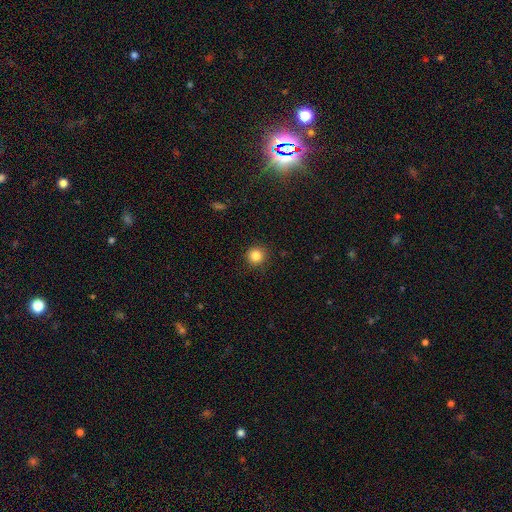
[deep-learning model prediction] smooth 85%, star or artifact 11%, featured or disk 4%. Down the decision tree: how rounded — round (94%); merging — none (91%).